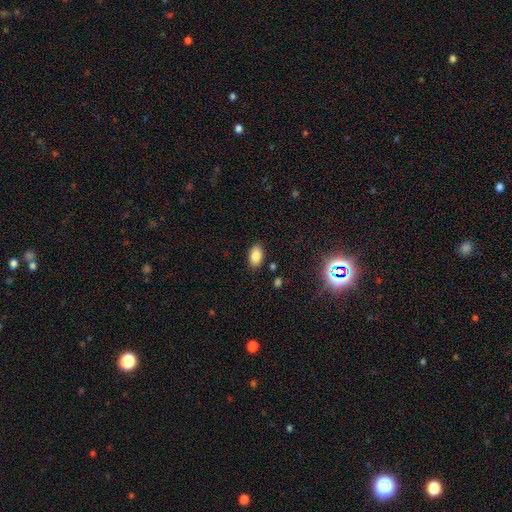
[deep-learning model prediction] Smooth or featured?
  - smooth: 83% *
  - star or artifact: 10%
  - featured or disk: 6%
How rounded?
  - in between: 92% *
  - round: 6%
  - cigar-shaped: 2%
Merging?
  - none: 86% *
  - minor disturbance: 10%
  - major disturbance: 2%
  - merger: 2%